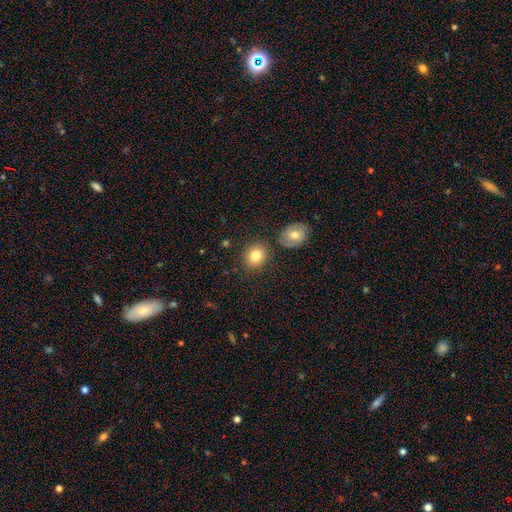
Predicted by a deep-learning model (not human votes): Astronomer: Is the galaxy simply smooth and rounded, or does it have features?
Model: smooth — 82%.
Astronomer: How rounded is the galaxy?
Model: round — 70%.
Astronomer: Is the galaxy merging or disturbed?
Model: none — 78%.